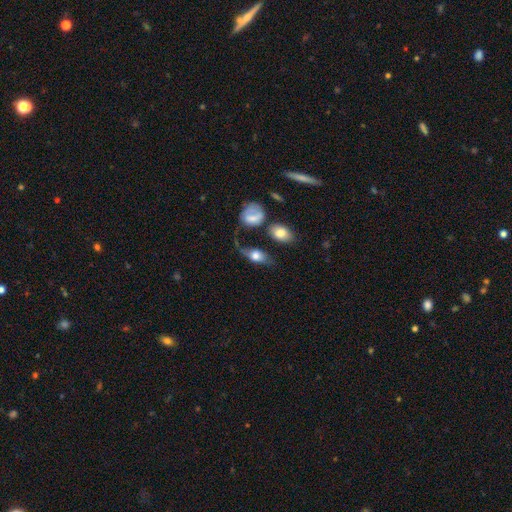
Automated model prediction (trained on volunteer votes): Morphology: type=smooth (53%); roundness=in between (76%); merging=none (47%).